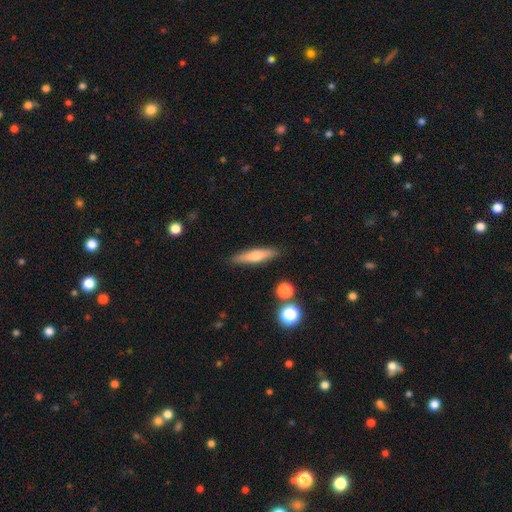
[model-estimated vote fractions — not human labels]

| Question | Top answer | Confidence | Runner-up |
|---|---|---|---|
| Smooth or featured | smooth | 60% | featured or disk (33%) |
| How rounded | cigar-shaped | 81% | in between (17%) |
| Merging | none | 88% | minor disturbance (8%) |